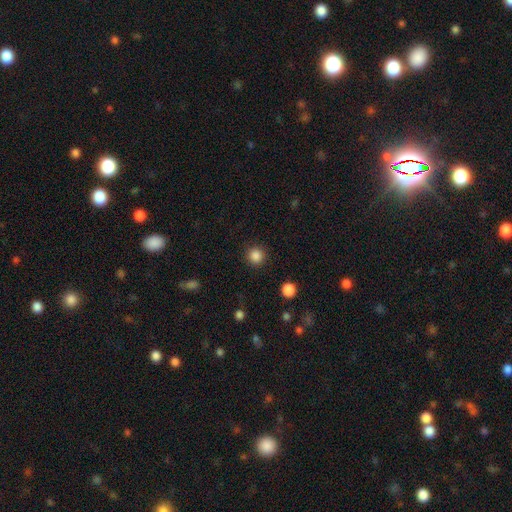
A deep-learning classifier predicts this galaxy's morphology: This is clearly a smooth galaxy (86%). How rounded: clearly round (95%). Merging: clearly none (91%).